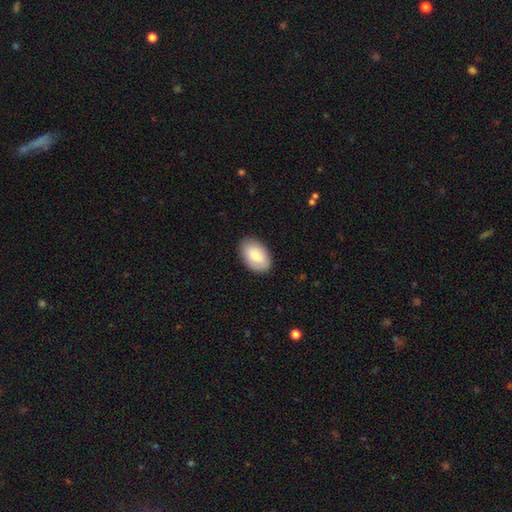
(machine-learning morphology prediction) A smooth galaxy with no disk features (80%) that is in between round and cigar-shaped (92%). Merging: none (87%).